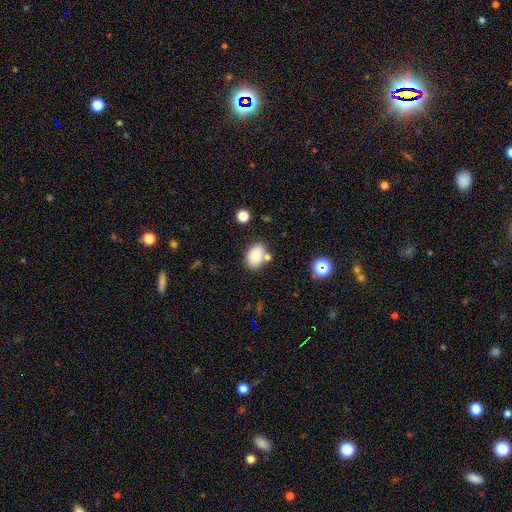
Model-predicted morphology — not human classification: This appears to be a smooth galaxy with no disk features (84%) that is in between round and cigar-shaped (86%). Merging: none (70%).